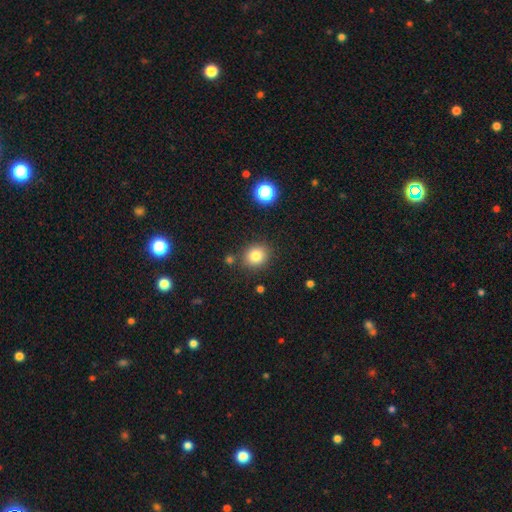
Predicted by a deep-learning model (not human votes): Smooth or featured? smooth (82%)
How rounded? round (76%)
Merging? none (83%)